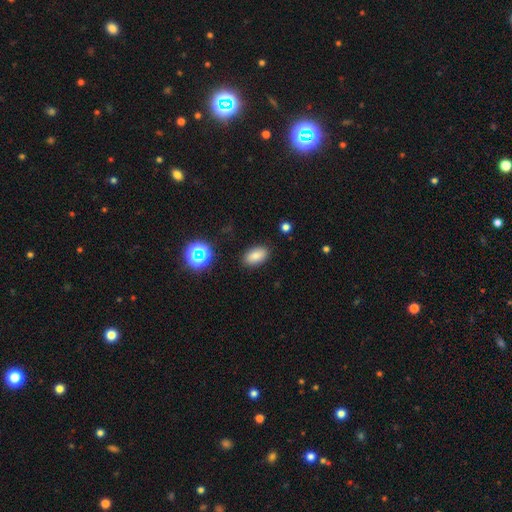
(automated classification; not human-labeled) Smooth or featured? smooth (81%)
How rounded? in between (91%)
Merging? none (87%)